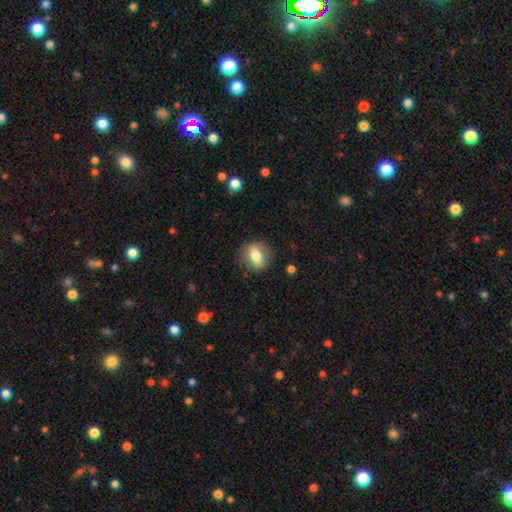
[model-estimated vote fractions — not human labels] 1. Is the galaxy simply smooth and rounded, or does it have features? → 64% smooth, 29% featured or disk, 8% star or artifact.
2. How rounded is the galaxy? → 50% in between, 44% round, 6% cigar-shaped.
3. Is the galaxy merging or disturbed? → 82% none, 13% minor disturbance, 4% major disturbance, 1% merger.